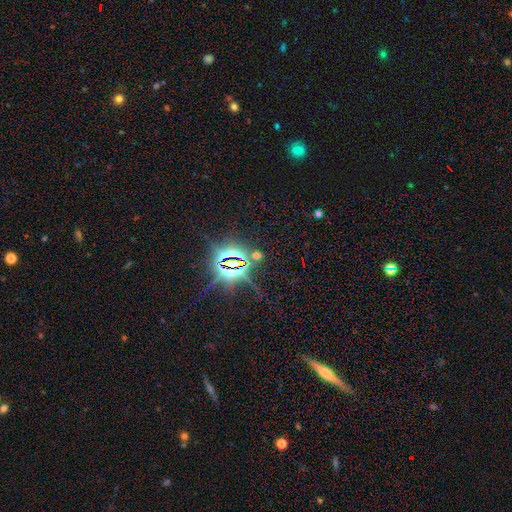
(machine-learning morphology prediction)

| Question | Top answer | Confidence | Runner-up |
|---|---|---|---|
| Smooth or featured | star or artifact | 84% | smooth (8%) |